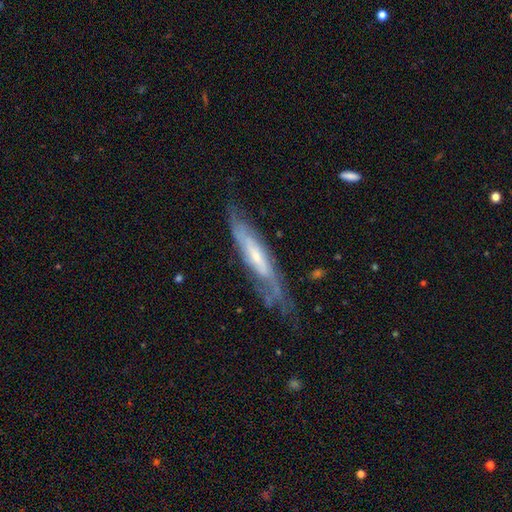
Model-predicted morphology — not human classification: This is likely a featured or disk galaxy (74%). It is possibly not viewed edge-on (56%). Merging: possibly none (60%).